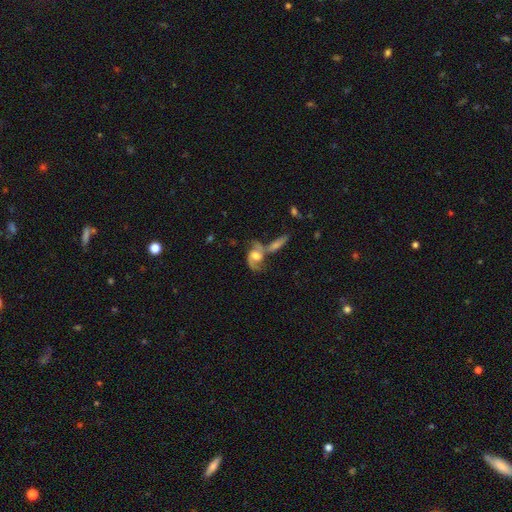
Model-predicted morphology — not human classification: Q: Smooth or featured?
A: featured or disk (79%); runner-up: smooth (14%)
Q: Edge-on disk?
A: no (95%); runner-up: yes (5%)
Q: Bar?
A: weak (43%); tied with: no (43%)
Q: Spiral arms?
A: yes (94%); runner-up: no (6%)
Q: Spiral winding?
A: medium (46%); runner-up: loose (43%)
Q: Spiral arm count?
A: 2 (87%); runner-up: 1 (6%)
Q: Bulge size?
A: moderate (56%); runner-up: large (18%)
Q: Merging?
A: merger (47%); runner-up: none (32%)